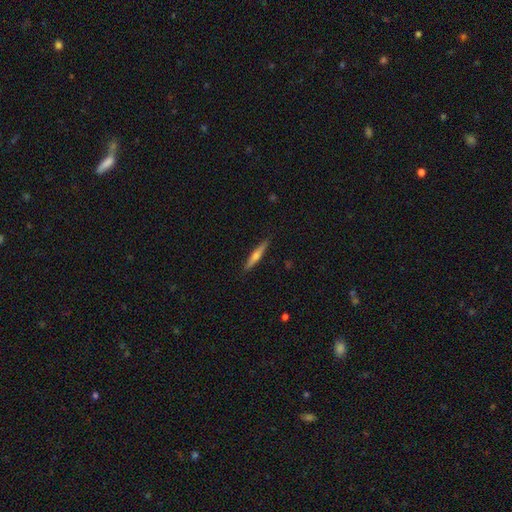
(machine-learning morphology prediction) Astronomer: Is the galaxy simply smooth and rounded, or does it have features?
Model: featured or disk — 53% (runner-up: smooth, 41%).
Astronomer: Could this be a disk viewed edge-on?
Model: yes — 96%.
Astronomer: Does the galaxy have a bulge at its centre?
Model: rounded — 82%.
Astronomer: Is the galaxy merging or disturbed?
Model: none — 91%.